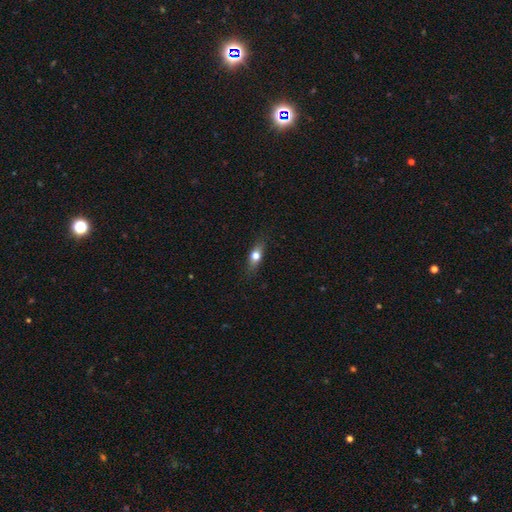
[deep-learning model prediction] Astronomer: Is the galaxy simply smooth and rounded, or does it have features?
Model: smooth — 61%.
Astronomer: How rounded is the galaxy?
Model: in between — 56% (runner-up: cigar-shaped, 33%).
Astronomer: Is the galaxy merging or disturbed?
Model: none — 83%.